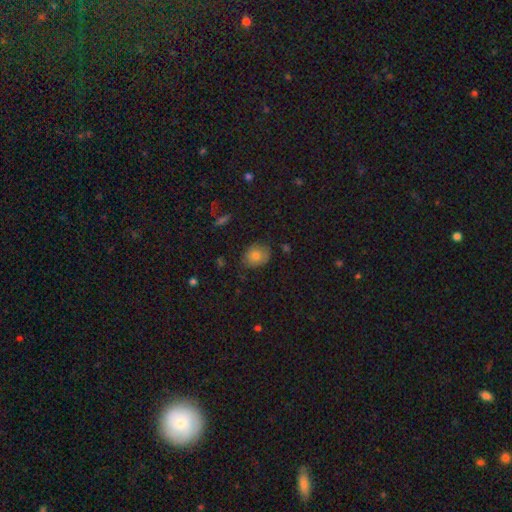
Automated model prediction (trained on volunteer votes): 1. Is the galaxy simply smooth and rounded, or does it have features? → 76% smooth, 13% featured or disk, 11% star or artifact.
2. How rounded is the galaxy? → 51% round, 48% in between, 1% cigar-shaped.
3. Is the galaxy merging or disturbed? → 75% none, 20% minor disturbance, 4% major disturbance, 1% merger.